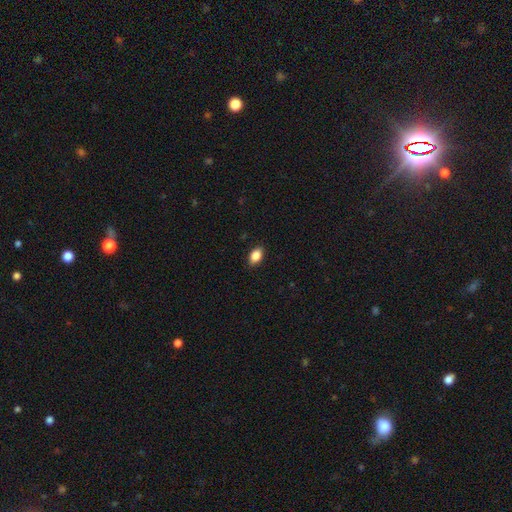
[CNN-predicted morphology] Smooth or featured? smooth (87%)
How rounded? in between (88%)
Merging? none (88%)